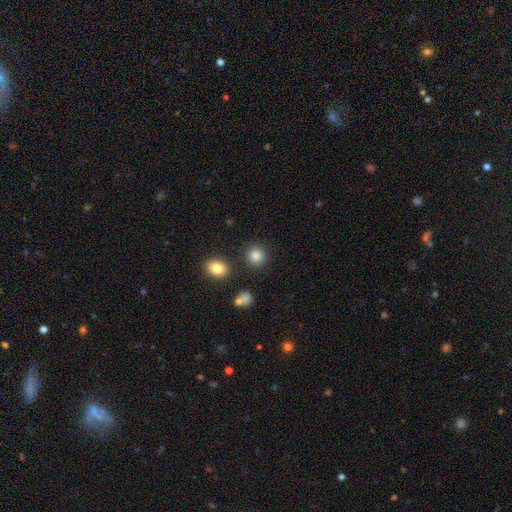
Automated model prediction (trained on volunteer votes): Smooth or featured?
  - smooth: 85% *
  - star or artifact: 10%
  - featured or disk: 5%
How rounded?
  - round: 89% *
  - in between: 10%
  - cigar-shaped: 1%
Merging?
  - none: 86% *
  - minor disturbance: 7%
  - merger: 4%
  - major disturbance: 3%